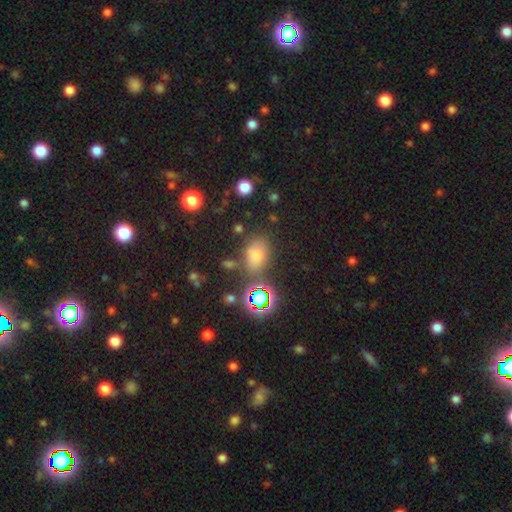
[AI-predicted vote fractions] Q: Smooth or featured?
A: smooth (60%); runner-up: star or artifact (30%)
Q: How rounded?
A: in between (78%); runner-up: round (20%)
Q: Merging?
A: none (70%); runner-up: minor disturbance (16%)